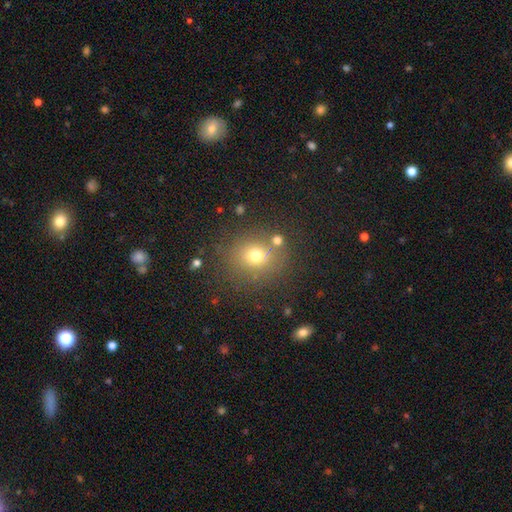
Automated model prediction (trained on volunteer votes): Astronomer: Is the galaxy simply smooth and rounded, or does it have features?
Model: smooth — 71%.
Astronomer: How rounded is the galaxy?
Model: round — 83%.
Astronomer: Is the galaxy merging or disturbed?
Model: none — 77%.